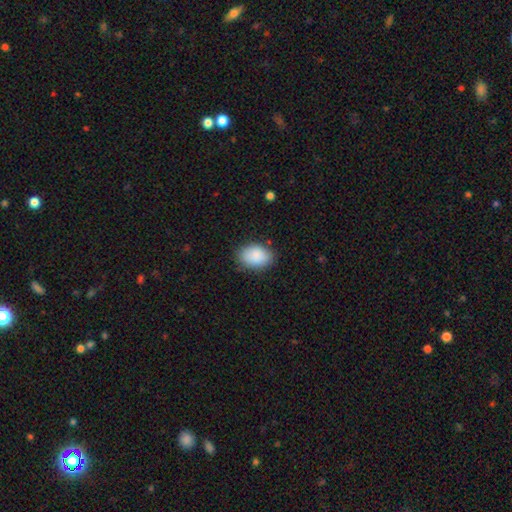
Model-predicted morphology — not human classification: smooth-or-featured: smooth: 89% | star or artifact: 7% | featured or disk: 4%
  how-rounded: in between: 84% | round: 15% | cigar-shaped: 1%
  merging: none: 81% | minor disturbance: 15% | major disturbance: 3% | merger: 1%